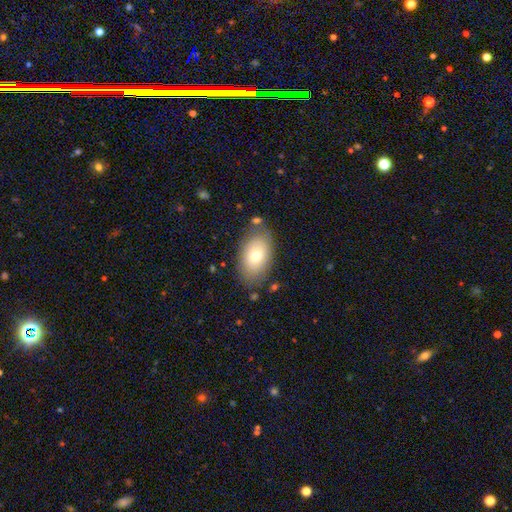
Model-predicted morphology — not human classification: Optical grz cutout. It shows a smooth galaxy with no disk features (75%) that is in between round and cigar-shaped (92%). Merging: none (77%).